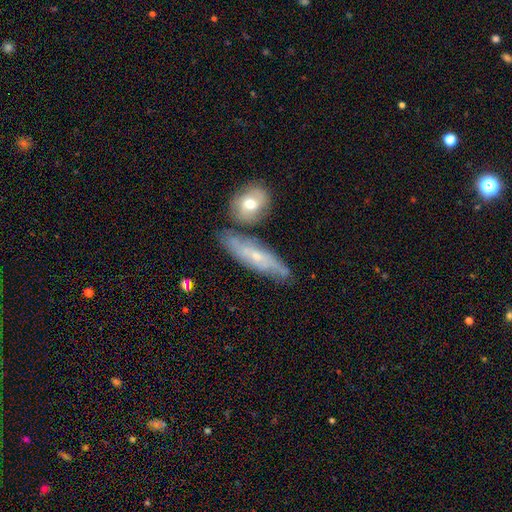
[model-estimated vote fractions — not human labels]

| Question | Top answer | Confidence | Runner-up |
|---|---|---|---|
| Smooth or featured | featured or disk | 61% | smooth (31%) |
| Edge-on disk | no | 67% | yes (33%) |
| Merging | none | 63% | minor disturbance (18%) |